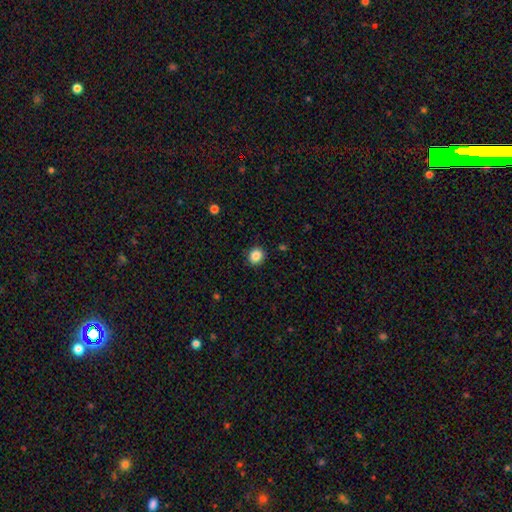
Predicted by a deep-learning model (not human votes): Smooth or featured? Predicted: smooth (p=0.86). How rounded? Predicted: round (p=0.76). Merging? Predicted: none (p=0.89).